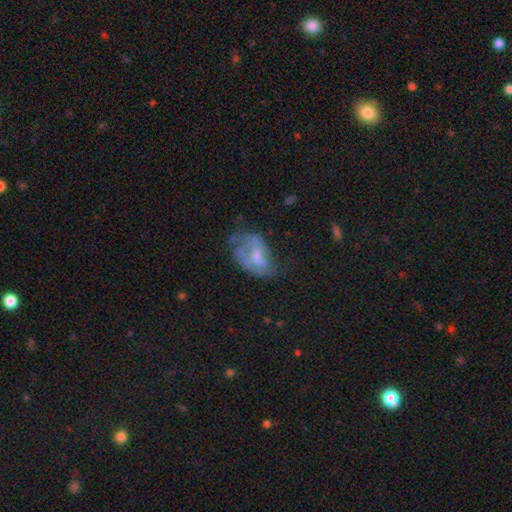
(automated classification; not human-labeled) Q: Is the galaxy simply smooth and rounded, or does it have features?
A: featured or disk — 55%.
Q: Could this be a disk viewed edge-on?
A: no — 96%.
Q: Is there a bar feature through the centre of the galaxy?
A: no — 57%.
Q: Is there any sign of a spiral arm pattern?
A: no — 57%.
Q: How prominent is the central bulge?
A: small — 37%.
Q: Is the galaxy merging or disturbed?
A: none — 37%.